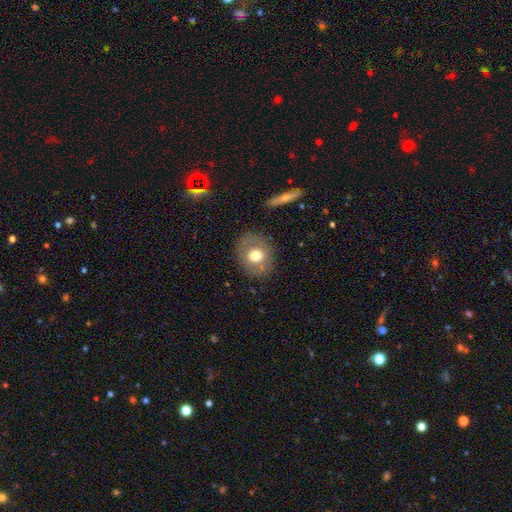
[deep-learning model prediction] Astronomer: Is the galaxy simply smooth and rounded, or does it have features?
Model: smooth — 66%.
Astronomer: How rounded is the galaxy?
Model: round — 66%.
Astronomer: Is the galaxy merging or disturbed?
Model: none — 81%.